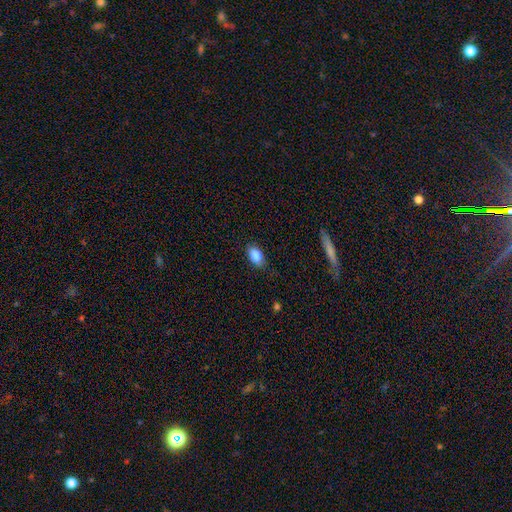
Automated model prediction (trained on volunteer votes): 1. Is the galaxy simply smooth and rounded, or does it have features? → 85% smooth, 8% star or artifact, 7% featured or disk.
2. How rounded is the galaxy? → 88% in between, 9% round, 2% cigar-shaped.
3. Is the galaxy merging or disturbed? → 83% none, 13% minor disturbance, 3% major disturbance, 1% merger.